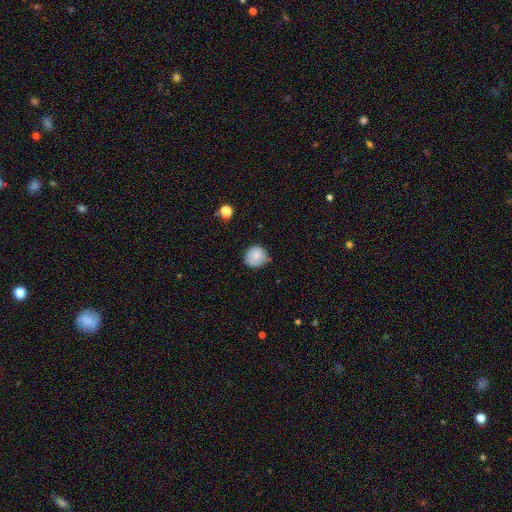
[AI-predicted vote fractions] Morphology: type=smooth (82%); roundness=round (86%); merging=none (76%).